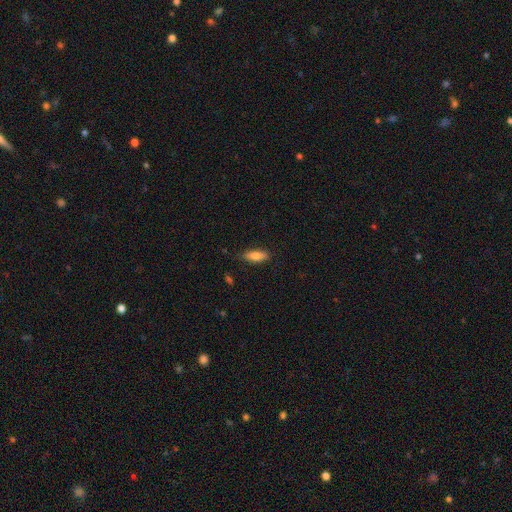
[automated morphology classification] Smooth or featured? Predicted: smooth (p=0.80). How rounded? Predicted: in between (p=0.70). Merging? Predicted: none (p=0.83).